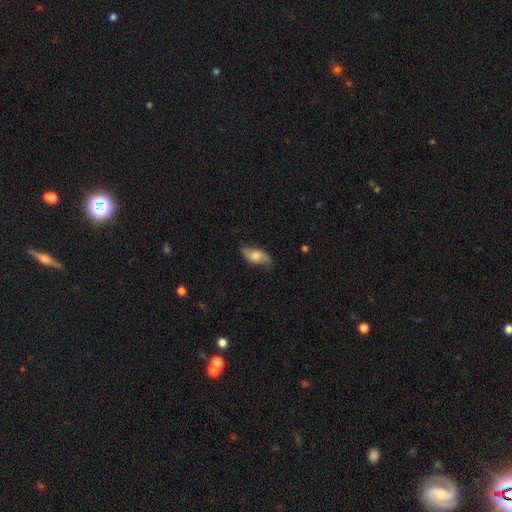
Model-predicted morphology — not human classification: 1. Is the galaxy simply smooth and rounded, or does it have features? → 61% smooth, 32% featured or disk, 7% star or artifact.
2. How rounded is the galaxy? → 85% in between, 12% cigar-shaped, 4% round.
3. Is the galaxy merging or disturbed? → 71% none, 22% minor disturbance, 6% major disturbance, 1% merger.